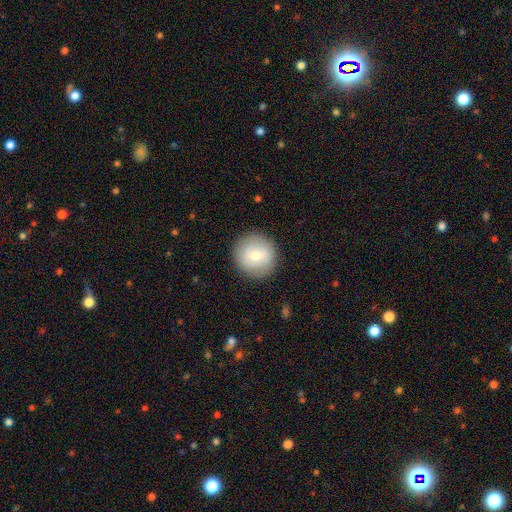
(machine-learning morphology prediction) Smooth or featured: smooth — 71% (featured or disk — 21%)
How rounded: round — 94% (in between — 5%)
Merging: none — 89% (minor disturbance — 7%)